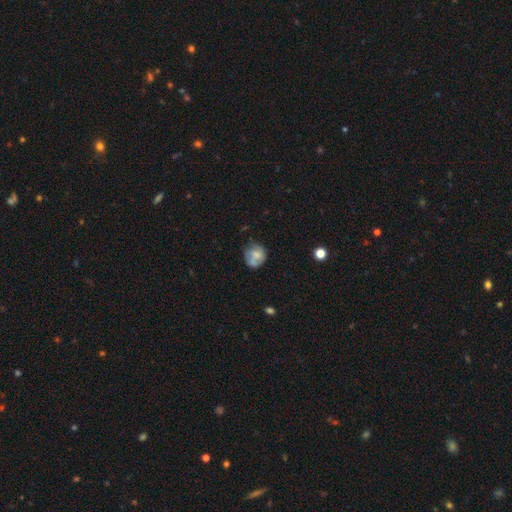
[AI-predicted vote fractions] A smooth galaxy with no disk features (57%) that is round (77%). Merging: none (52%).